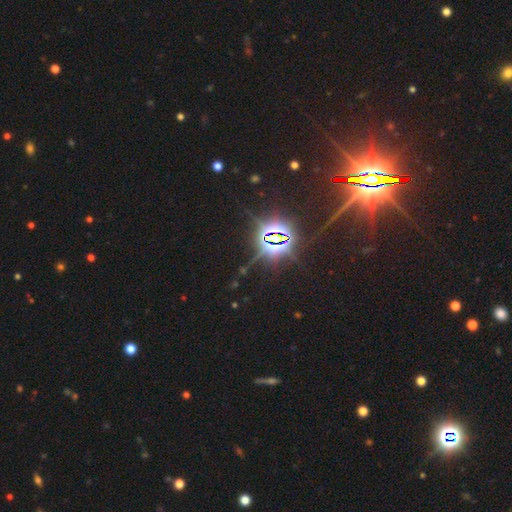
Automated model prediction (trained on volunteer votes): Smooth or featured: star or artifact — 86% (featured or disk — 7%)